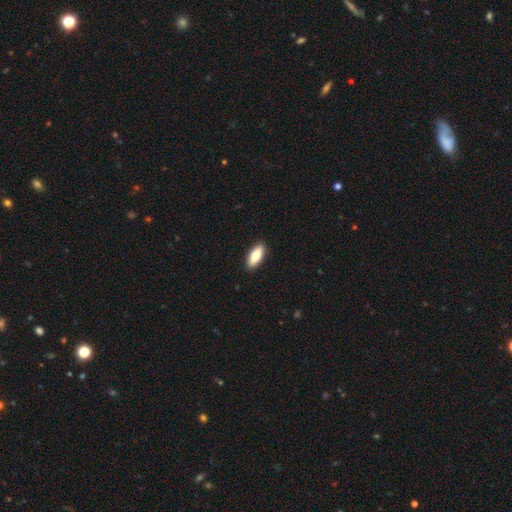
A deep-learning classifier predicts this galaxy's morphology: Smooth or featured?
  - smooth: 78% *
  - featured or disk: 16%
  - star or artifact: 6%
How rounded?
  - in between: 78% *
  - cigar-shaped: 19%
  - round: 2%
Merging?
  - none: 91% *
  - minor disturbance: 7%
  - major disturbance: 2%
  - merger: 1%